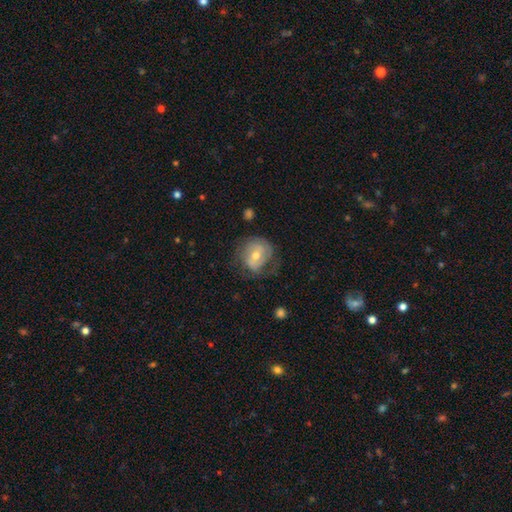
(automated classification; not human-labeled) Overall: featured or disk (55%; smooth 37%). Edge-on disk: no (96%). Bar: no (47%; weak 38%). Spiral arms: yes (63%; no 37%). Bulge size: moderate (58%; small 37%). Merging: none (57%; minor disturbance 24%).